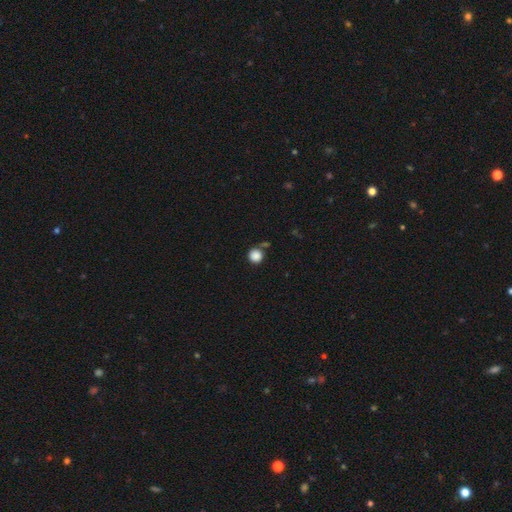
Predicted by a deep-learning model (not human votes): smooth 87%, star or artifact 10%, featured or disk 3%. Down the decision tree: how rounded — round (93%); merging — none (76%).